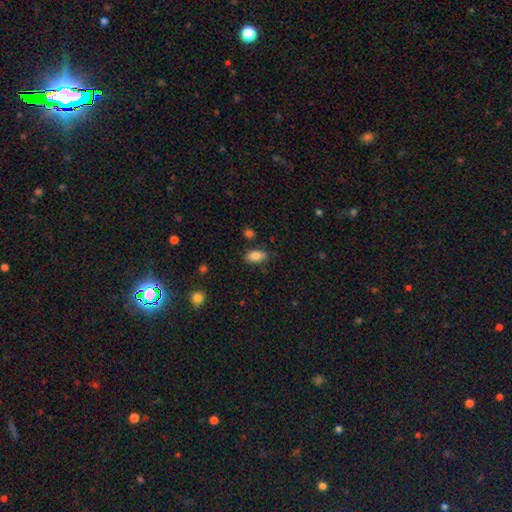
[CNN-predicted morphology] The model was most divided on "merging": none: 81%, minor disturbance: 13%, merger: 3%, major disturbance: 3%. More confident: how rounded — in between (91%); smooth or featured — smooth (85%).